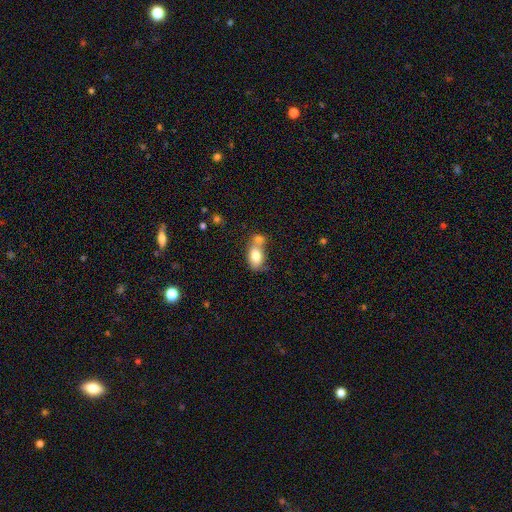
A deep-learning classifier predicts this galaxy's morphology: This is likely a smooth galaxy (78%). How rounded: clearly in between (84%). Merging: possibly merger (51%).